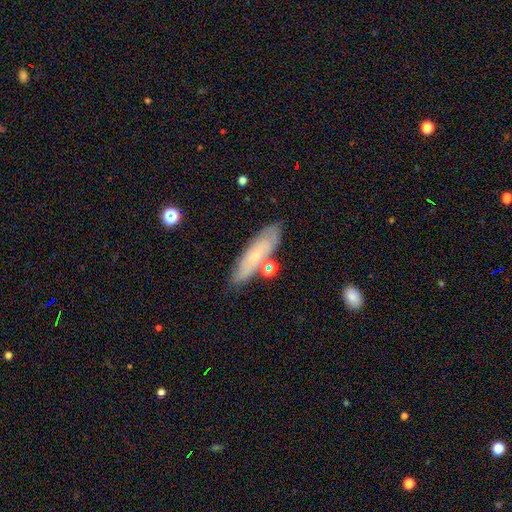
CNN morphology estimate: This is possibly a smooth galaxy (48%). Merging: likely none (71%).